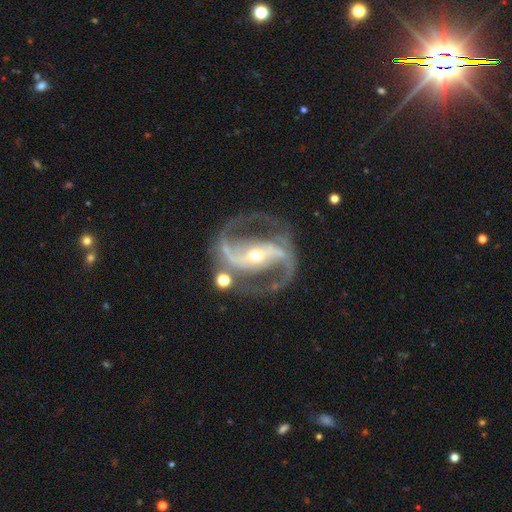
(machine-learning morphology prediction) Q: Smooth or featured?
A: featured or disk (92%); runner-up: star or artifact (5%)
Q: Edge-on disk?
A: no (97%); runner-up: yes (3%)
Q: Bar?
A: strong (59%); runner-up: weak (25%)
Q: Spiral arms?
A: yes (98%); runner-up: no (2%)
Q: Spiral winding?
A: medium (62%); runner-up: loose (23%)
Q: Spiral arm count?
A: 2 (93%); runner-up: 3 (2%)
Q: Bulge size?
A: small (60%); runner-up: moderate (37%)
Q: Merging?
A: none (78%); runner-up: minor disturbance (12%)